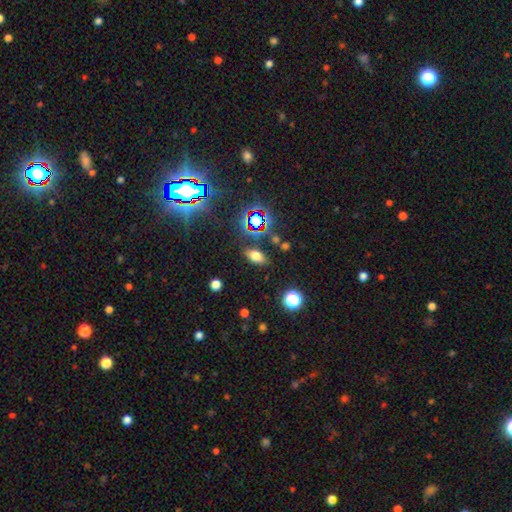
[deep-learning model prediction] Smooth or featured? Predicted: smooth (p=0.66). How rounded? Predicted: in between (p=0.84). Merging? Predicted: none (p=0.82).